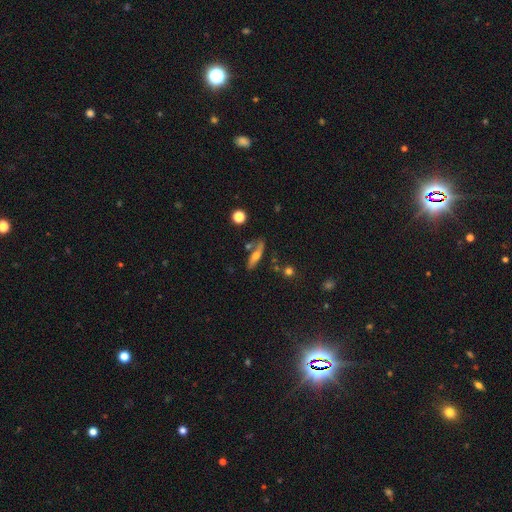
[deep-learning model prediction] This is possibly a smooth galaxy (49%). Merging: likely none (67%).